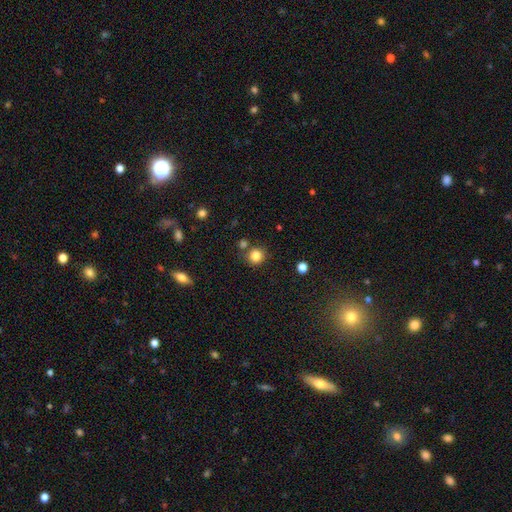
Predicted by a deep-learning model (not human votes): This appears to be a smooth galaxy with no disk features (83%) that is round (92%). Merging: none (79%).